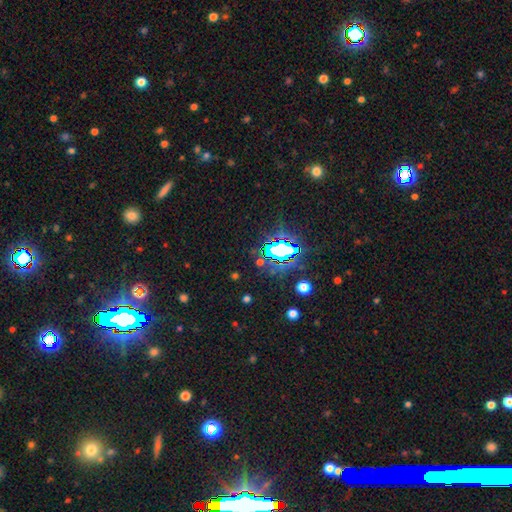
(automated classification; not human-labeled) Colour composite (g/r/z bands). It shows a star or artifact, not a galaxy (80%).